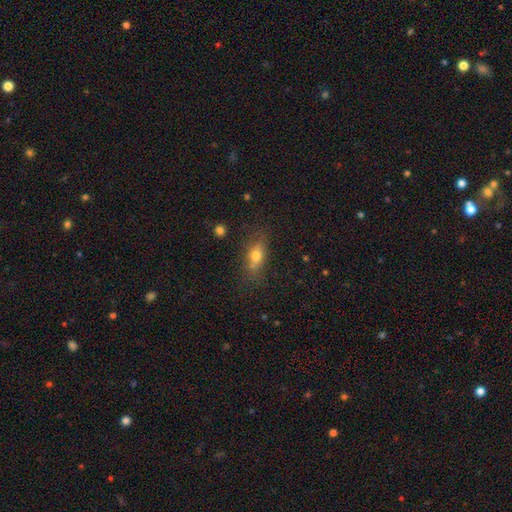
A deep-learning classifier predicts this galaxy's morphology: Smooth or featured? smooth (65%)
How rounded? in between (69%)
Merging? none (69%)